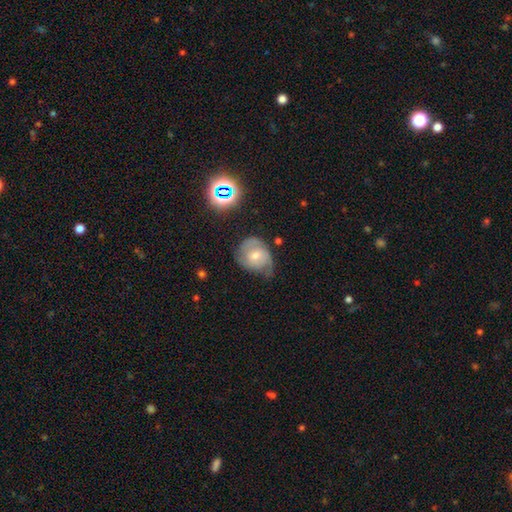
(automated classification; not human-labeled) Smooth or featured? featured or disk (52%)
Edge-on disk? no (96%)
Bar? no (64%)
Spiral arms? yes (79%)
Bulge size? moderate (52%)
Merging? none (39%)